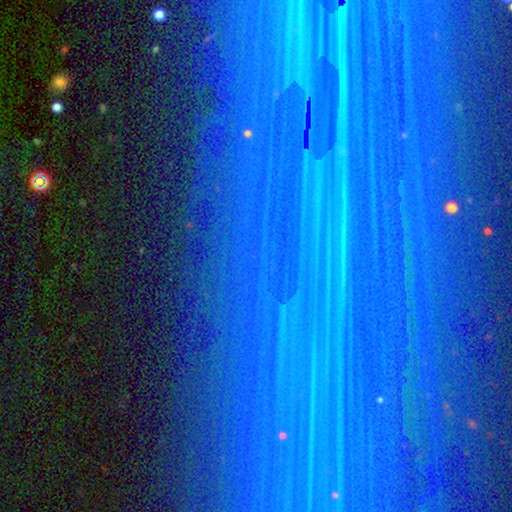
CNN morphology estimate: Smooth or featured? star or artifact (81%)